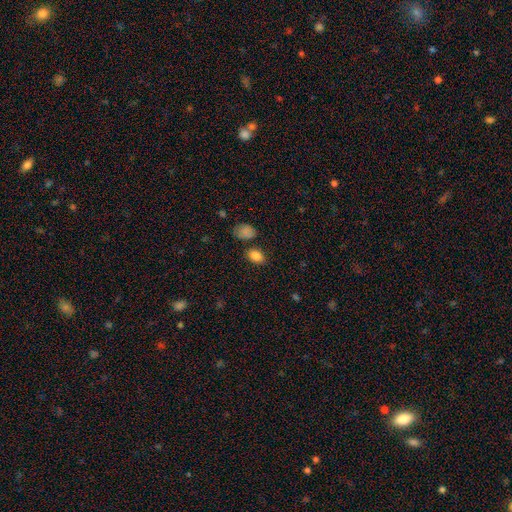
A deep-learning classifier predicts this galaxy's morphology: Smooth or featured?
  - smooth: 85% *
  - star or artifact: 10%
  - featured or disk: 5%
How rounded?
  - in between: 80% *
  - round: 19%
  - cigar-shaped: 1%
Merging?
  - none: 78% *
  - minor disturbance: 13%
  - merger: 6%
  - major disturbance: 3%